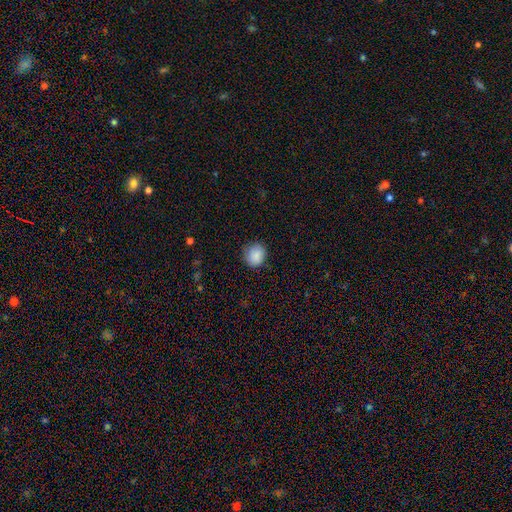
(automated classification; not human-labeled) Q: Smooth or featured?
A: smooth (88%); runner-up: star or artifact (8%)
Q: How rounded?
A: round (80%); runner-up: in between (19%)
Q: Merging?
A: none (82%); runner-up: minor disturbance (14%)